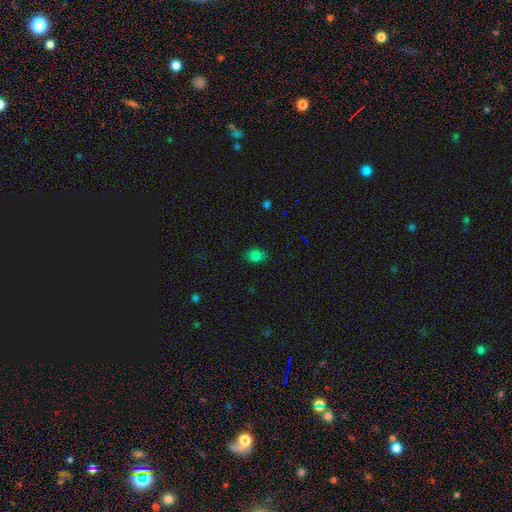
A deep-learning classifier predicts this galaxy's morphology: type=smooth (79%); roundness=in between (71%); merging=none (83%).